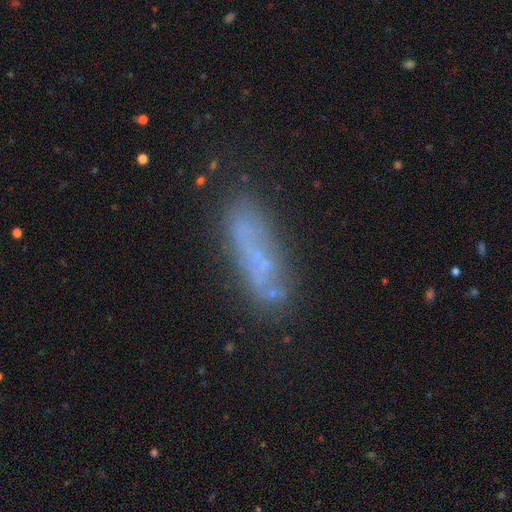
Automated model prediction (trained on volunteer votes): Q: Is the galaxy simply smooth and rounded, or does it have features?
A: smooth — 46%.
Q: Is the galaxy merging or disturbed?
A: none — 66%.